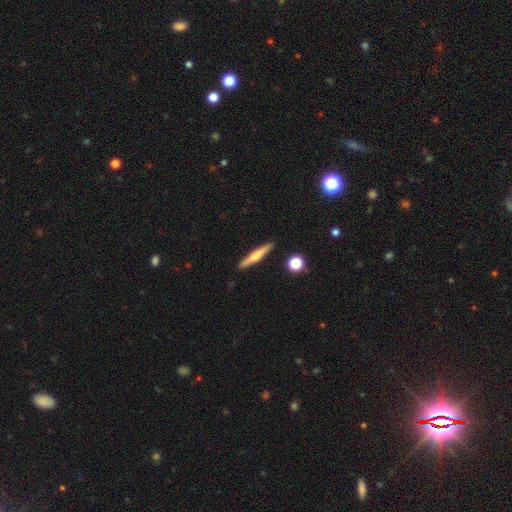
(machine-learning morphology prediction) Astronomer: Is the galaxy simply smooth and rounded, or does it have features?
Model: featured or disk — 52% (runner-up: smooth, 41%).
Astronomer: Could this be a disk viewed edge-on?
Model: yes — 96%.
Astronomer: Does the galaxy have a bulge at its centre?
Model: rounded — 77%.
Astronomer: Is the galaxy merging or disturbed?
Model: none — 90%.